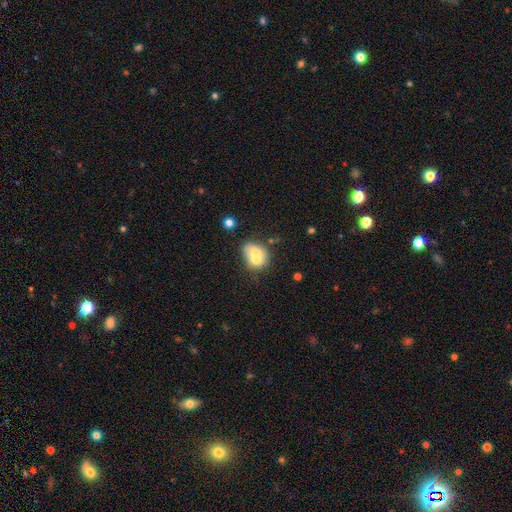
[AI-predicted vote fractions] A smooth galaxy with no disk features (63%) that is in between round and cigar-shaped (51%). Merging: merger (59%).